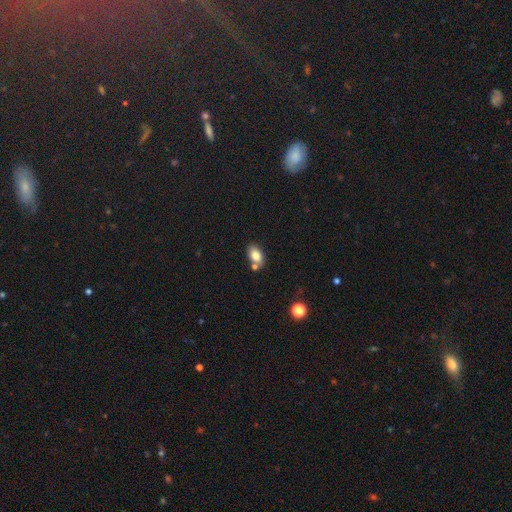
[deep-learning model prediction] This is clearly a smooth galaxy (80%). How rounded: clearly in between (87%). Merging: likely none (63%).